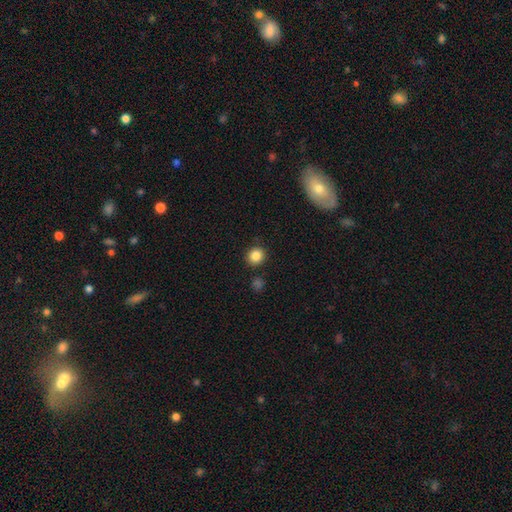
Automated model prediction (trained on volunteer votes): Smooth or featured: smooth — 85% (star or artifact — 10%)
How rounded: round — 86% (in between — 13%)
Merging: none — 86% (minor disturbance — 8%)